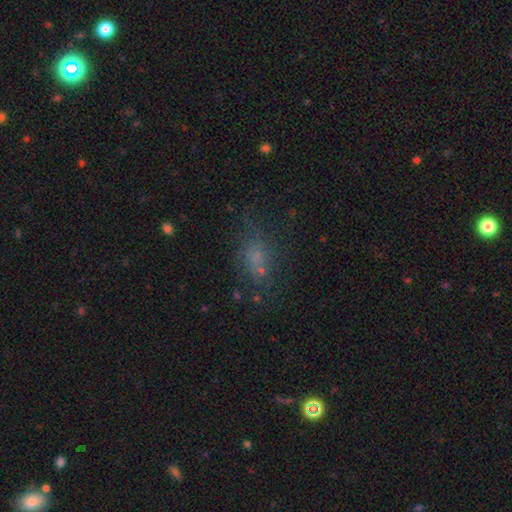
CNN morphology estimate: smooth_or_featured: smooth (p=0.60) [alt: star or artifact p=0.23]
how_rounded: in between (p=0.65) [alt: round p=0.30]
merging: none (p=0.55) [alt: minor disturbance p=0.20]